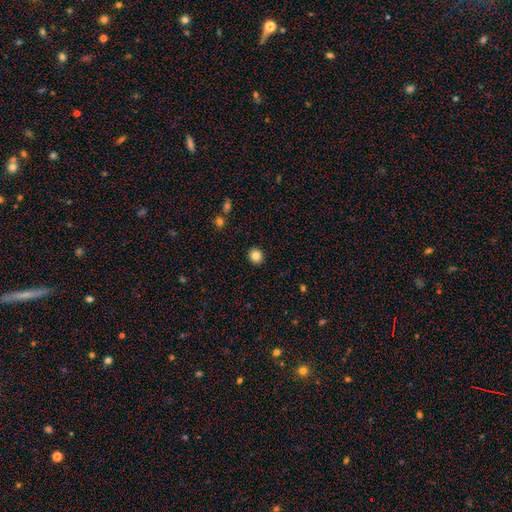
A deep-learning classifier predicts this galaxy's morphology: Smooth or featured: smooth — 83% (star or artifact — 10%)
How rounded: round — 83% (in between — 17%)
Merging: none — 92% (minor disturbance — 6%)